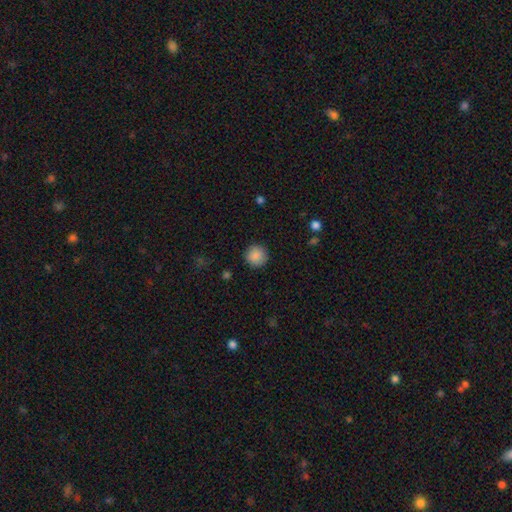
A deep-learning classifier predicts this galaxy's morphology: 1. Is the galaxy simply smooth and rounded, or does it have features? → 88% smooth, 8% star or artifact, 3% featured or disk.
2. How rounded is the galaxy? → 95% round, 4% in between, 1% cigar-shaped.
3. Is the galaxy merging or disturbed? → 90% none, 6% minor disturbance, 2% major disturbance, 1% merger.